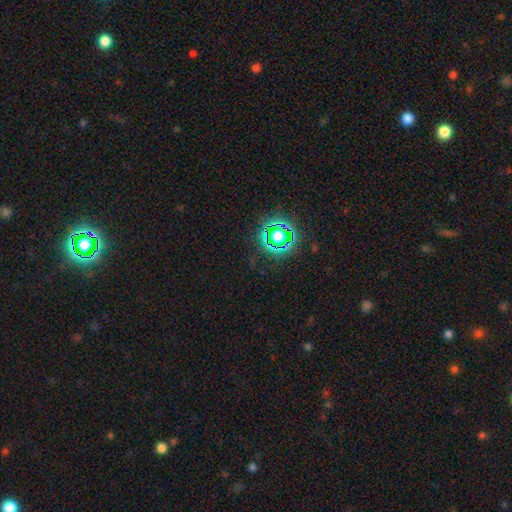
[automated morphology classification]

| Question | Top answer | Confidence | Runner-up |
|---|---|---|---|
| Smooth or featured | star or artifact | 78% | smooth (15%) |